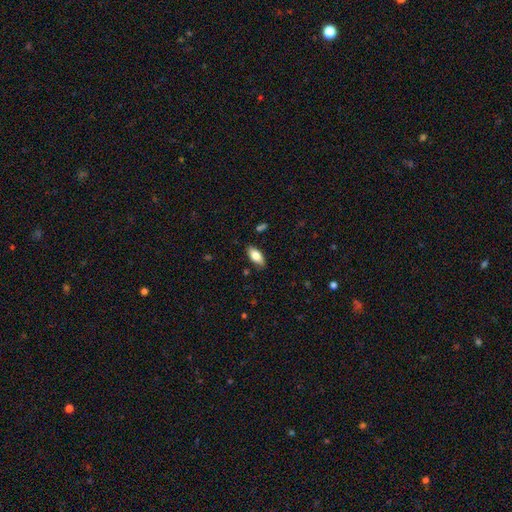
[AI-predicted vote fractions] Smooth or featured? smooth (78%)
How rounded? in between (87%)
Merging? none (85%)